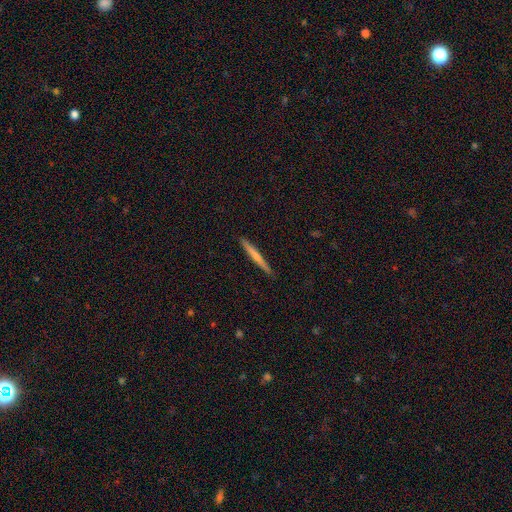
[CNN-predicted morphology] The model was most divided on "smooth or featured": smooth: 51%, featured or disk: 43%, star or artifact: 6%. More confident: how rounded — cigar-shaped (96%); merging — none (92%).